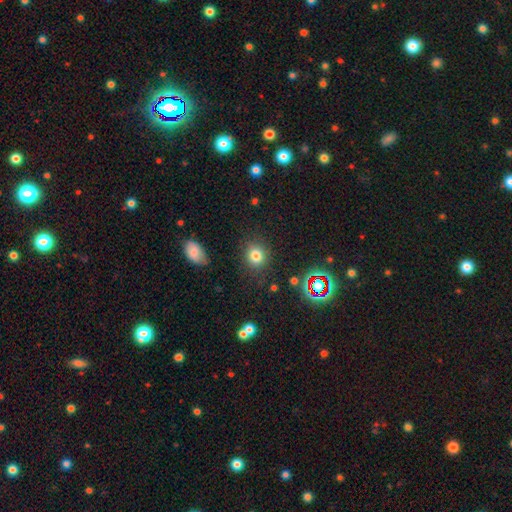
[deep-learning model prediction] This appears to be a smooth galaxy with no disk features (78%) that is round (77%). Merging: none (84%).